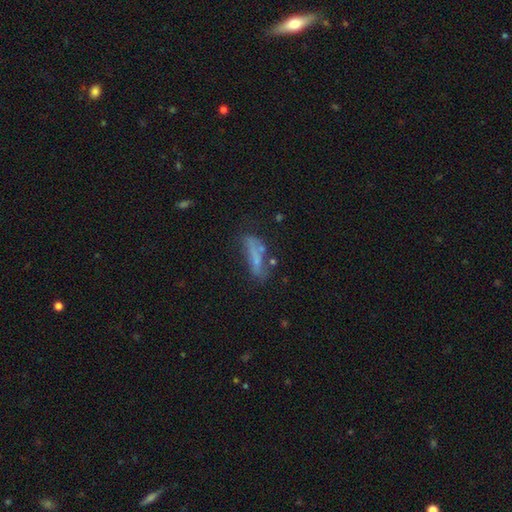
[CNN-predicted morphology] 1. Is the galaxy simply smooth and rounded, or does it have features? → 51% smooth, 35% featured or disk, 14% star or artifact.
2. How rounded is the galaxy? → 62% cigar-shaped, 35% in between, 3% round.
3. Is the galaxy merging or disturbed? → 48% none, 23% minor disturbance, 18% major disturbance, 11% merger.